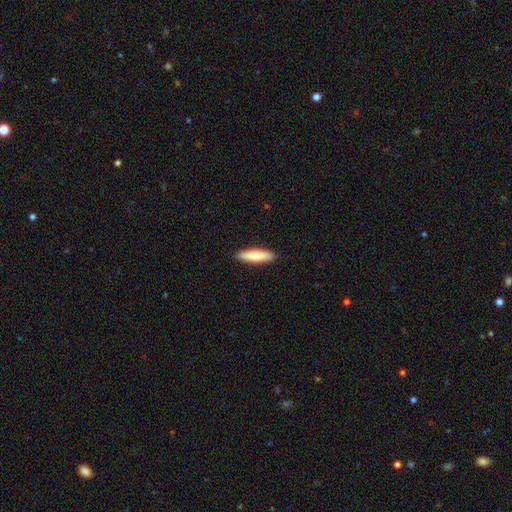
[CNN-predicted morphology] type=smooth (67%); roundness=cigar-shaped (75%); merging=none (91%).